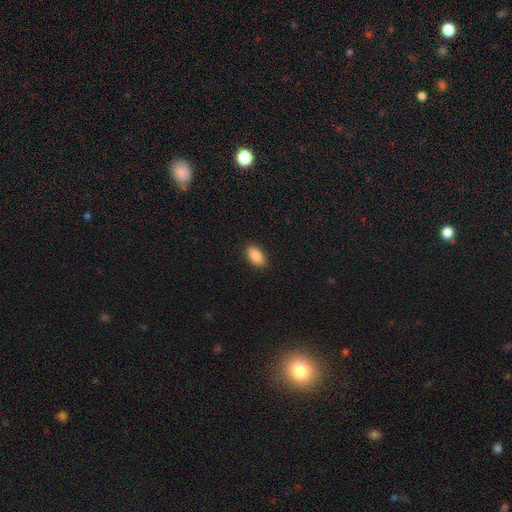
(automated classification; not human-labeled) Morphology: type=smooth (88%); roundness=in between (93%); merging=none (90%).